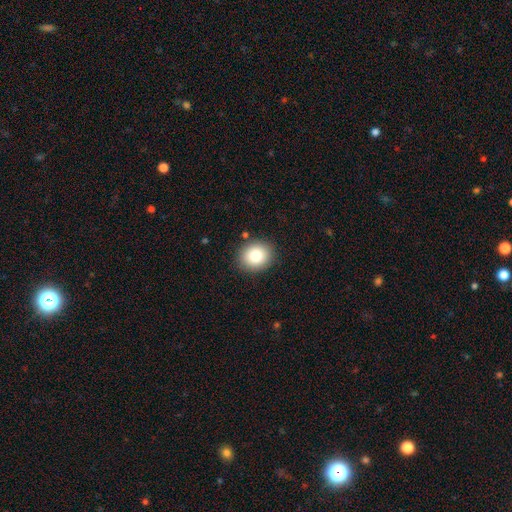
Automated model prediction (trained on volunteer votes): Smooth or featured: smooth — 80% (featured or disk — 10%)
How rounded: round — 70% (in between — 30%)
Merging: none — 88% (minor disturbance — 8%)